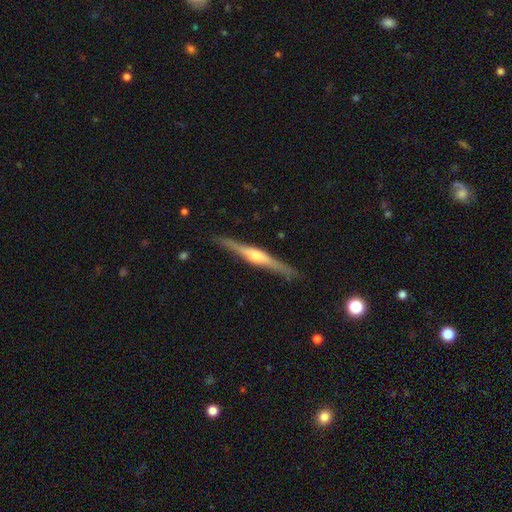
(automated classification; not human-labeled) Smooth or featured?
  - featured or disk: 76% *
  - smooth: 19%
  - star or artifact: 5%
Edge-on disk?
  - yes: 98% *
  - no: 2%
Edge-on bulge?
  - rounded: 87% *
  - boxy: 8%
  - none: 5%
Merging?
  - none: 89% *
  - minor disturbance: 8%
  - major disturbance: 2%
  - merger: 1%